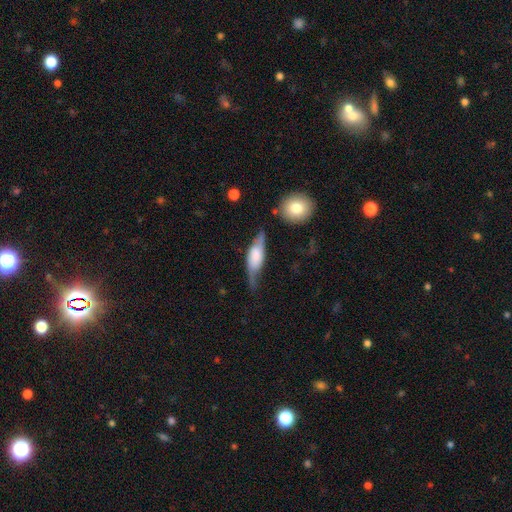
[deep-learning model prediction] featured or disk 55%, smooth 39%, star or artifact 6%. Down the decision tree: edge-on disk — yes (65%); merging — none (48%).